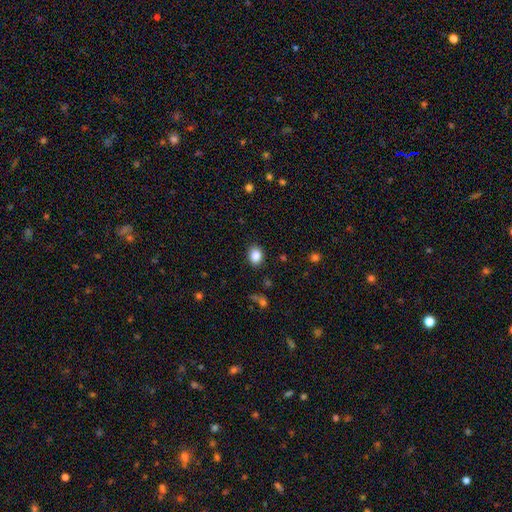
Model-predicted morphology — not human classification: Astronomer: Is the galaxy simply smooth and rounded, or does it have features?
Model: smooth — 87%.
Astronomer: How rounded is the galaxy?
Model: in between — 52% (runner-up: round, 47%).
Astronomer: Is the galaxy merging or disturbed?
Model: none — 87%.